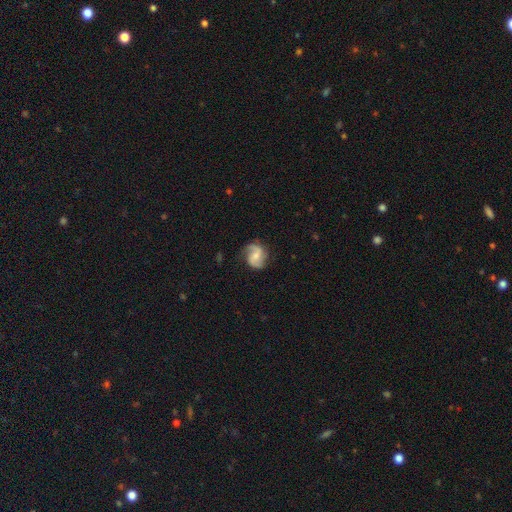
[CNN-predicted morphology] type=featured or disk (78%); edge-on=no (98%); bar=no (47%); spiral arms=yes (96%); winding=medium (47%); arm count=2 (87%); bulge=small (43%); merging=none (74%).